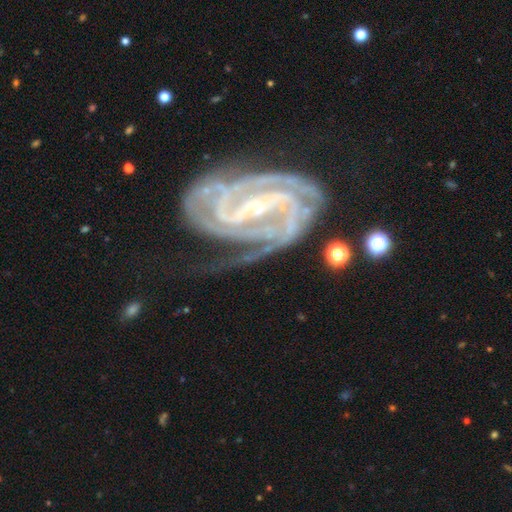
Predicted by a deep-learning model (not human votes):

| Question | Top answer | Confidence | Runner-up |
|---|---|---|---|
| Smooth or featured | featured or disk | 92% | star or artifact (5%) |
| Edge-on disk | no | 97% | yes (3%) |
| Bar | strong | 55% | weak (31%) |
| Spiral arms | yes | 98% | no (2%) |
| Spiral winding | tight | 65% | medium (30%) |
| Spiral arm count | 3 | 28% | 2 (27%) |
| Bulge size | small | 78% | moderate (18%) |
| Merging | none | 59% | minor disturbance (24%) |